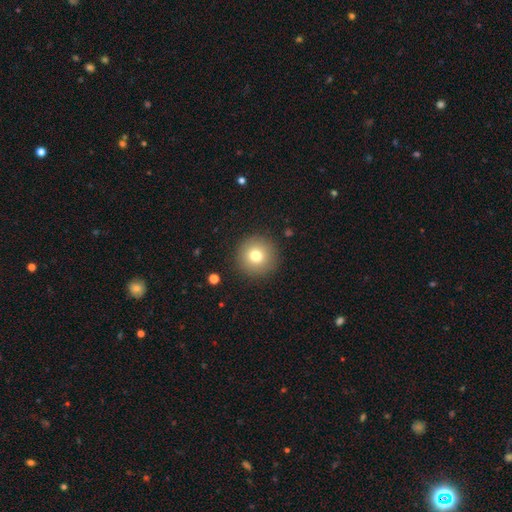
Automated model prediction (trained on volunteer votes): Smooth or featured? Predicted: smooth (p=0.77). How rounded? Predicted: round (p=0.96). Merging? Predicted: none (p=0.90).